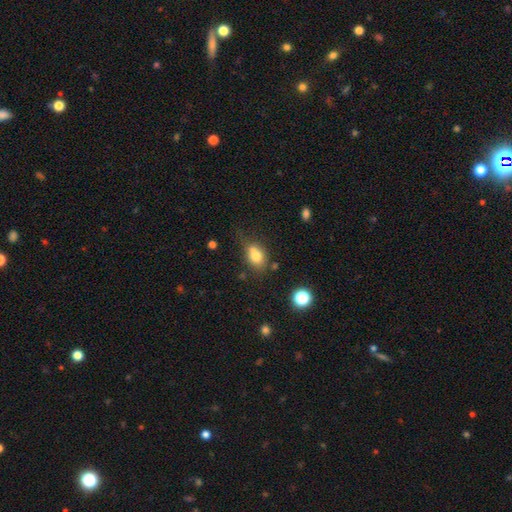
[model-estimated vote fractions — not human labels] Q: Smooth or featured?
A: smooth (74%); runner-up: featured or disk (15%)
Q: How rounded?
A: in between (61%); runner-up: round (37%)
Q: Merging?
A: none (45%); runner-up: merger (27%)